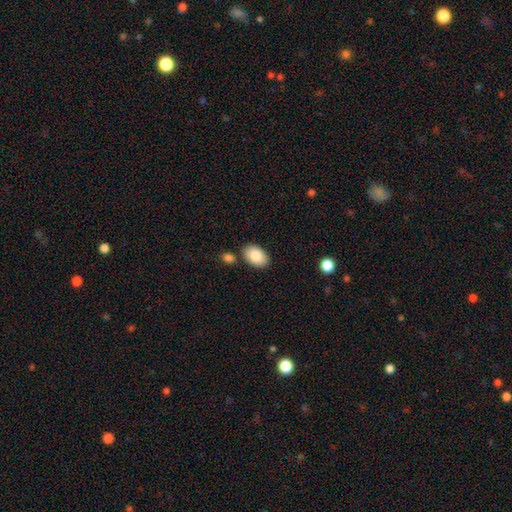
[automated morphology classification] A smooth galaxy with no disk features (86%) that is in between round and cigar-shaped (92%). Merging: none (82%).